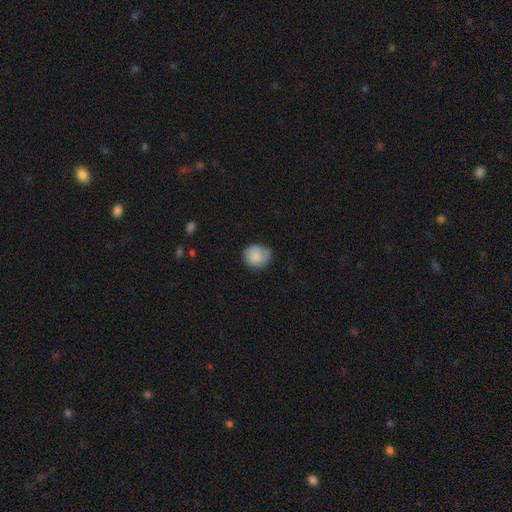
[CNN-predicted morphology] This is likely a smooth galaxy (80%). How rounded: likely round (79%). Merging: likely none (61%).